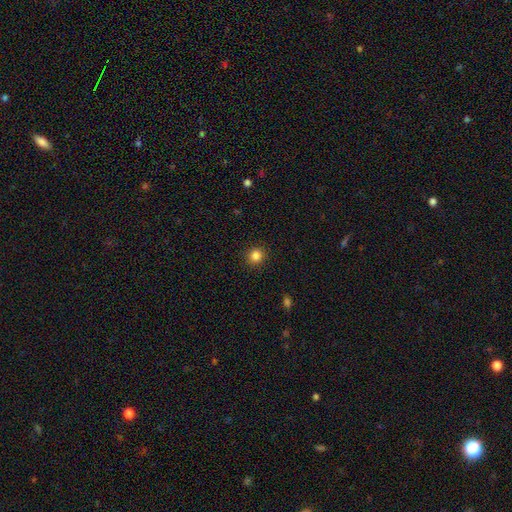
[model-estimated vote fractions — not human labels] The model was most divided on "smooth or featured": smooth: 84%, star or artifact: 12%, featured or disk: 4%. More confident: merging — none (91%); how rounded — round (90%).